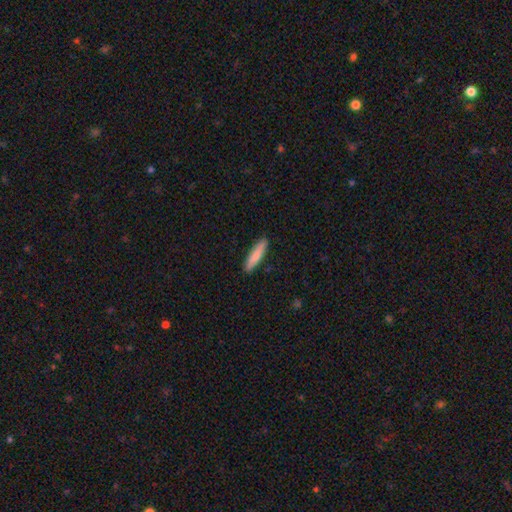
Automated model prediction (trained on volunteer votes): A smooth galaxy with no disk features (82%) that is cigar-shaped (85%).

Vote fractions:
- Smooth or featured? smooth: 82% / featured or disk: 12% / star or artifact: 5%
- How rounded? cigar-shaped: 85% / in between: 14% / round: 1%
- Merging? none: 90% / minor disturbance: 8% / major disturbance: 2% / merger: 1%